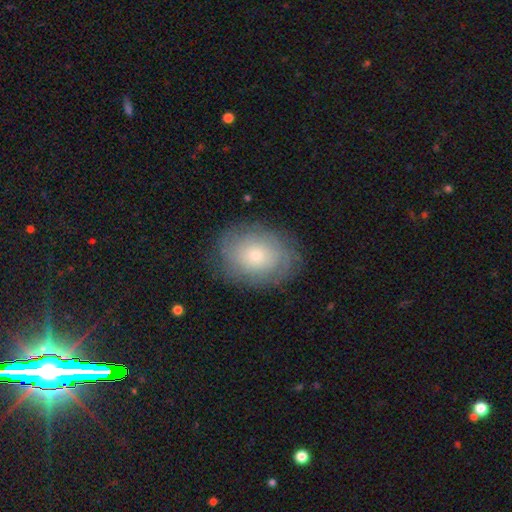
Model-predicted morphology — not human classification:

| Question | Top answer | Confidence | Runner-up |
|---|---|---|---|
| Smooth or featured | featured or disk | 49% | smooth (42%) |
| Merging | none | 79% | minor disturbance (14%) |